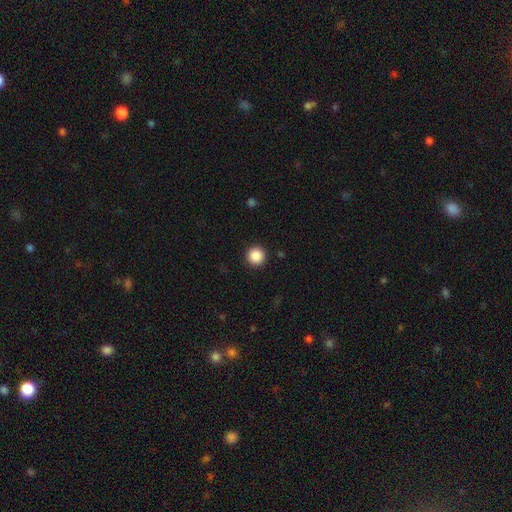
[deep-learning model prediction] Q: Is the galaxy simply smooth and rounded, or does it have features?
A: smooth — 87%.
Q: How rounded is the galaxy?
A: round — 96%.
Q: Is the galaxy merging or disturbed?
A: none — 93%.